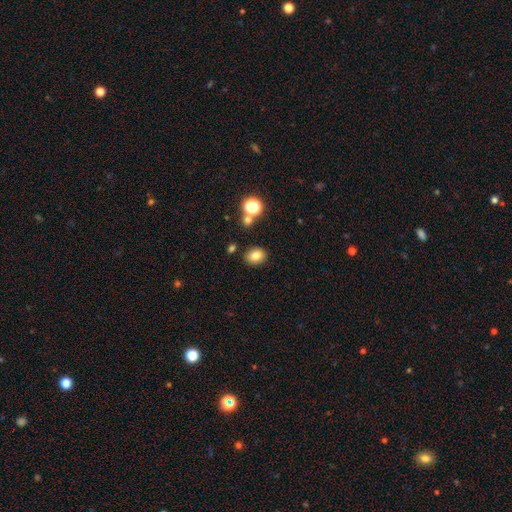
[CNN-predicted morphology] Smooth or featured? Predicted: smooth (p=0.80). How rounded? Predicted: round (p=0.50). Merging? Predicted: none (p=0.84).